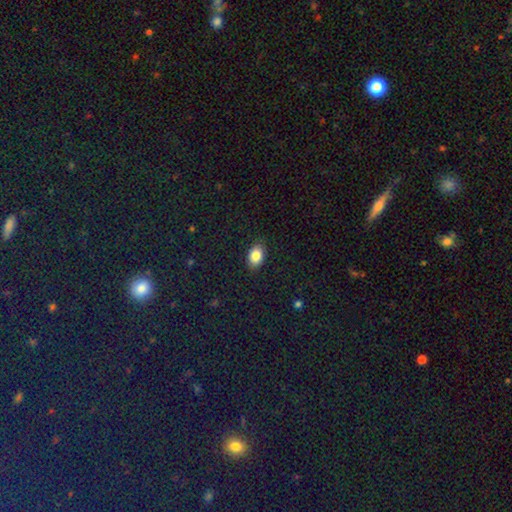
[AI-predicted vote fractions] Morphology: type=smooth (85%); roundness=in between (85%); merging=none (87%).